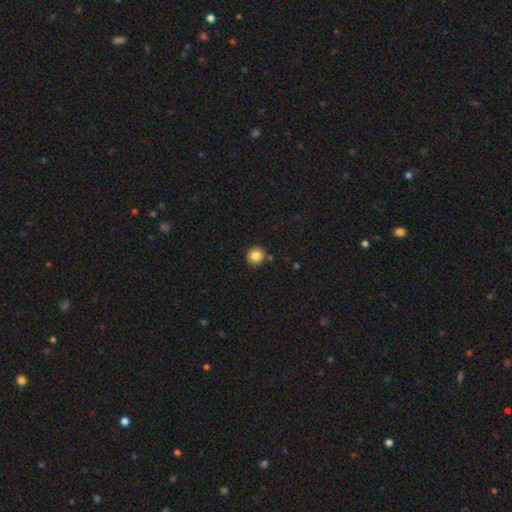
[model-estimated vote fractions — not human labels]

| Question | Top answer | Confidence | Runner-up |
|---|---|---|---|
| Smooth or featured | smooth | 84% | star or artifact (10%) |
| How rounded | round | 92% | in between (7%) |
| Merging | none | 88% | minor disturbance (7%) |